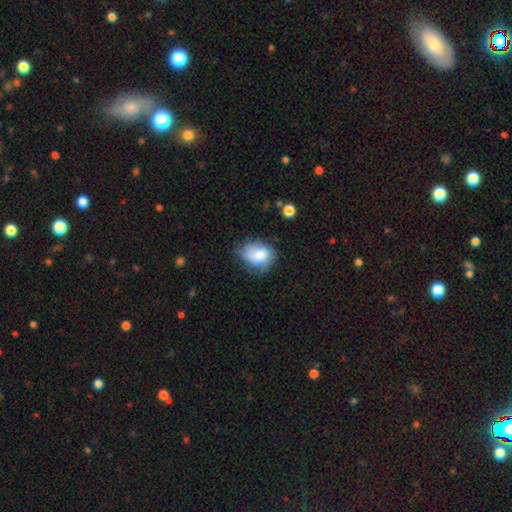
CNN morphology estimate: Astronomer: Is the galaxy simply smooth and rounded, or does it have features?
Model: smooth — 77%.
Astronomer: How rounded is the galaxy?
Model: in between — 58% (runner-up: round, 41%).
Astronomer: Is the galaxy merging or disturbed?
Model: none — 48% (runner-up: minor disturbance, 37%).